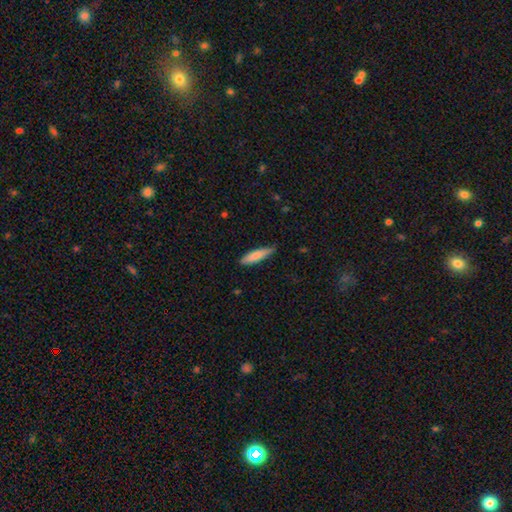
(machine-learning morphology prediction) This is clearly a smooth galaxy (80%). How rounded: likely cigar-shaped (76%). Merging: likely none (77%).